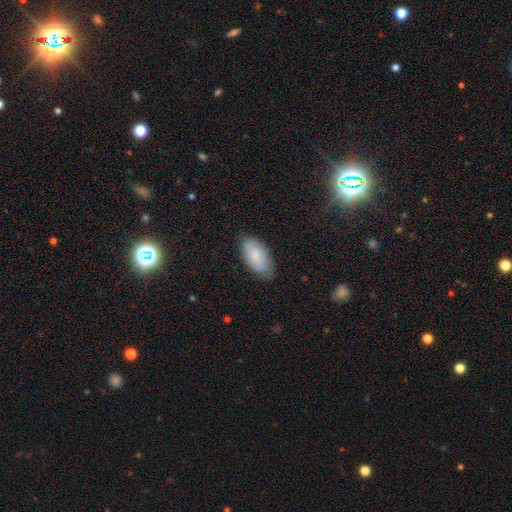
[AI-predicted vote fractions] Smooth or featured: smooth — 81% (featured or disk — 12%)
How rounded: in between — 94% (cigar-shaped — 3%)
Merging: none — 76% (minor disturbance — 19%)